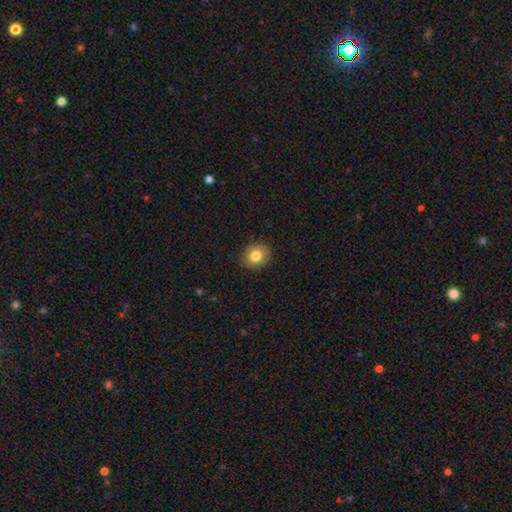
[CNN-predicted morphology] This is likely a smooth galaxy (79%). How rounded: likely round (71%). Merging: clearly none (89%).